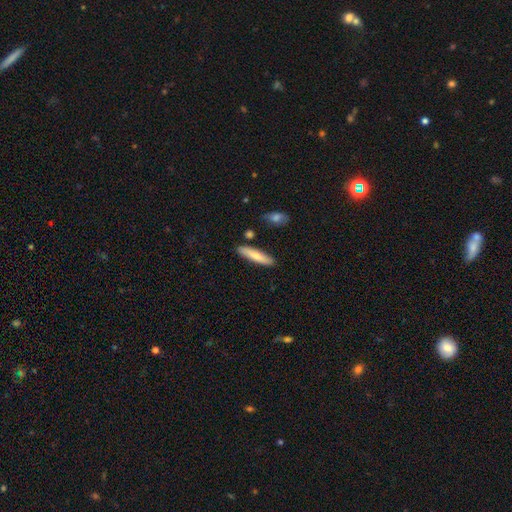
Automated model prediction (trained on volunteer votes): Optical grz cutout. It shows a smooth galaxy with no disk features (74%) that is cigar-shaped (80%). Merging: none (85%).